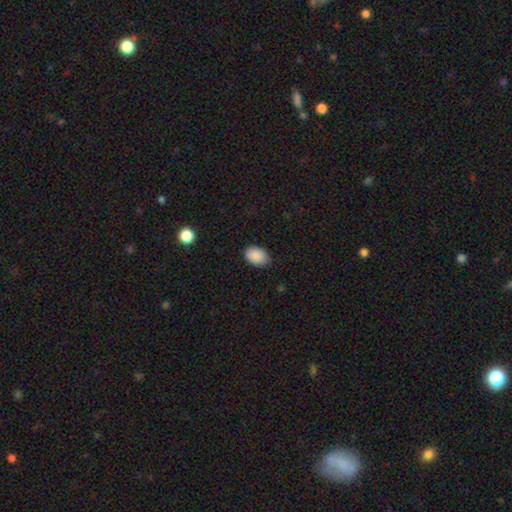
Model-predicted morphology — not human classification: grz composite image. It shows a smooth galaxy with no disk features (89%) that is in between round and cigar-shaped (85%). Merging: none (81%).